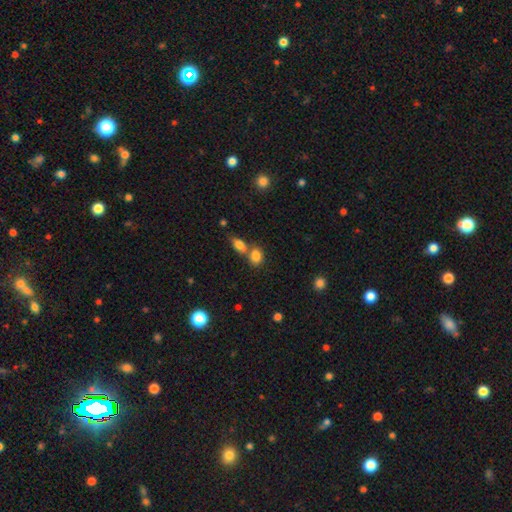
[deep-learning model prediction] smooth 82%, star or artifact 11%, featured or disk 8%. Down the decision tree: how rounded — in between (69%); merging — none (44%).